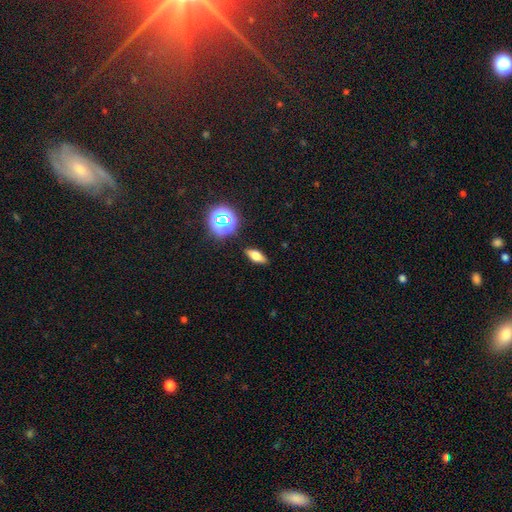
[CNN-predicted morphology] smooth-or-featured: smooth: 61% | featured or disk: 24% | star or artifact: 15%
  how-rounded: in between: 65% | cigar-shaped: 28% | round: 7%
  merging: none: 88% | minor disturbance: 9% | major disturbance: 2% | merger: 1%